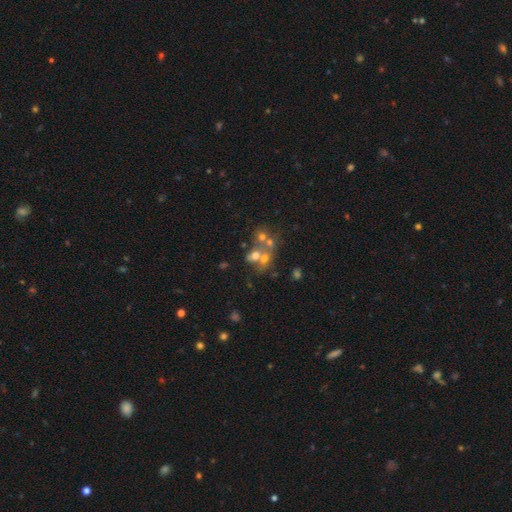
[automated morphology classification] Q: Smooth or featured?
A: smooth (48%); runner-up: featured or disk (32%)
Q: Merging?
A: merger (54%); runner-up: none (30%)